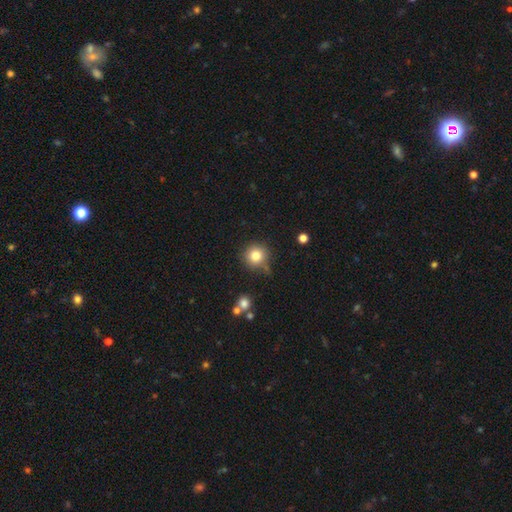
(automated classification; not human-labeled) Smooth or featured: smooth — 81% (star or artifact — 11%)
How rounded: round — 94% (in between — 5%)
Merging: none — 78% (minor disturbance — 12%)